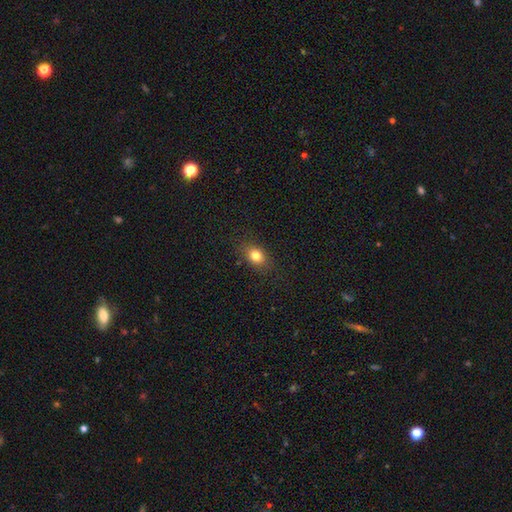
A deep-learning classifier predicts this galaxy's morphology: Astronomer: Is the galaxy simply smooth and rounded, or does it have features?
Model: smooth — 79%.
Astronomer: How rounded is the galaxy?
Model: in between — 60% (runner-up: round, 38%).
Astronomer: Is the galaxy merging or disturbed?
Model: none — 85%.